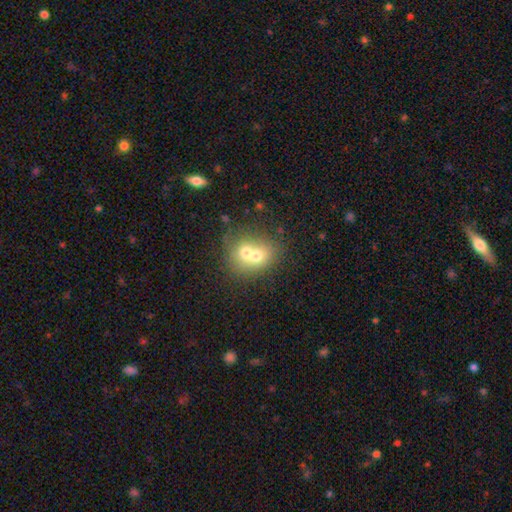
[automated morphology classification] Overall: smooth (61%; featured or disk 27%). How rounded: round (66%; in between 33%). Merging: merger (67%).